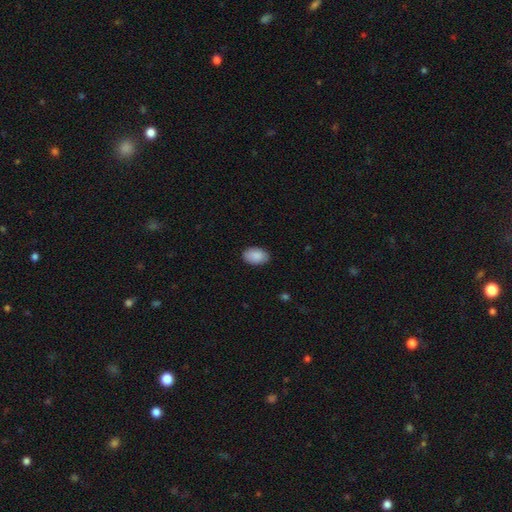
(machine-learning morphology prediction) smooth-or-featured: smooth: 90% | star or artifact: 6% | featured or disk: 4%
  how-rounded: in between: 91% | round: 8% | cigar-shaped: 1%
  merging: none: 86% | minor disturbance: 11% | major disturbance: 2% | merger: 1%